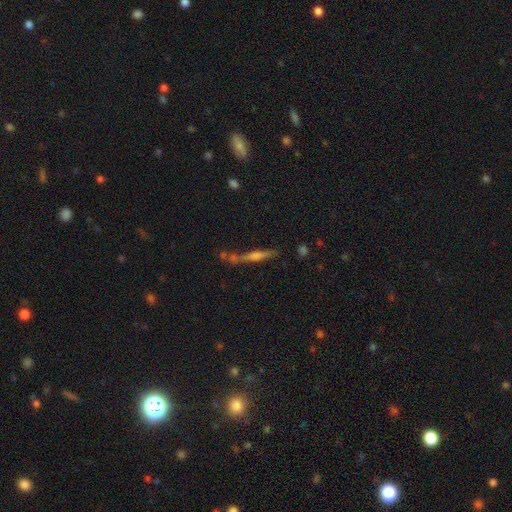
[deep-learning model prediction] This is likely a featured or disk galaxy (64%). It is clearly viewed edge-on (95%). Edge-on bulge: likely rounded (66%). Merging: likely none (71%).